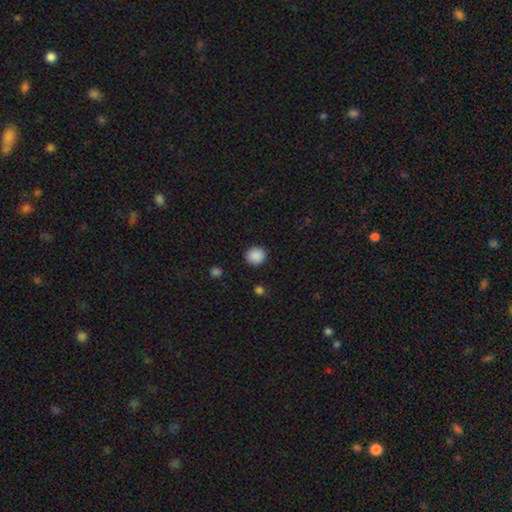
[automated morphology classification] Overall: smooth (89%). How rounded: round (89%). Merging: none (90%).